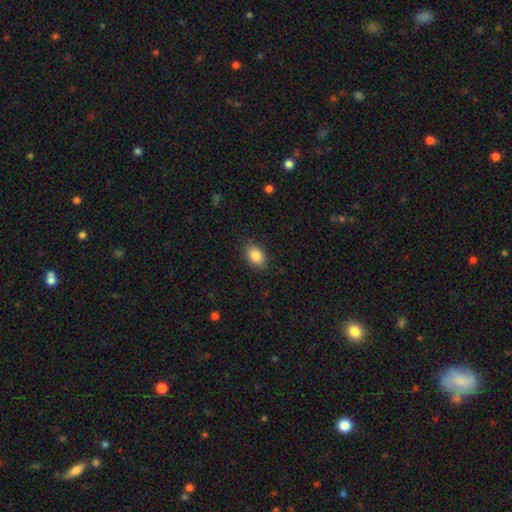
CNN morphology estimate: Q: Smooth or featured?
A: smooth (86%); runner-up: star or artifact (8%)
Q: How rounded?
A: in between (85%); runner-up: round (14%)
Q: Merging?
A: none (86%); runner-up: minor disturbance (10%)